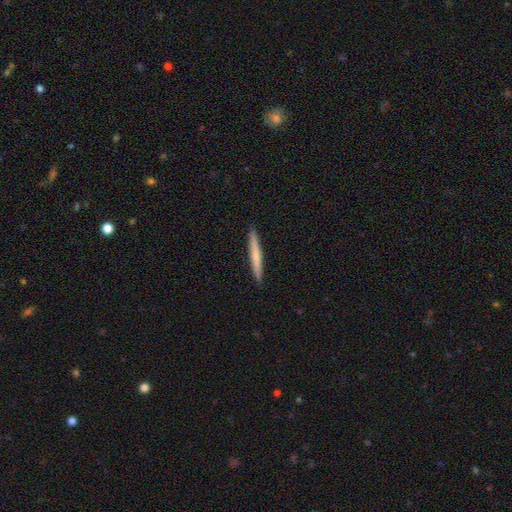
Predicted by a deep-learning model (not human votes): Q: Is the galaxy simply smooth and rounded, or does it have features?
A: smooth — 64%.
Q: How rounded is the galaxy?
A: cigar-shaped — 97%.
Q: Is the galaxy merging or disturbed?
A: none — 93%.